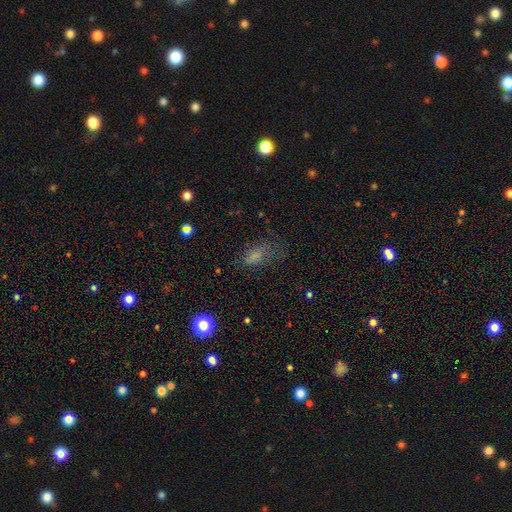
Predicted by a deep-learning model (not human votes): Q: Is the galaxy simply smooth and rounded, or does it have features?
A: smooth — 68%.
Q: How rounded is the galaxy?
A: in between — 82%.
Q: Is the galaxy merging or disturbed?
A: none — 47%.